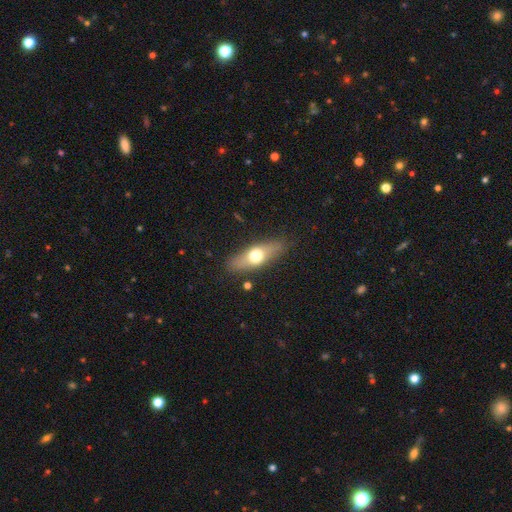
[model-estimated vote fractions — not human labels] This appears to be a smooth galaxy with no disk features (54%) that is in between round and cigar-shaped (54%). Merging: none (84%).